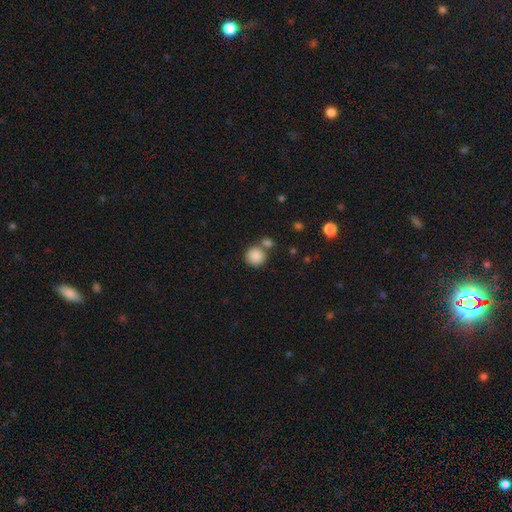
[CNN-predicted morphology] This is clearly a smooth galaxy (87%). How rounded: clearly round (91%). Merging: likely none (64%).